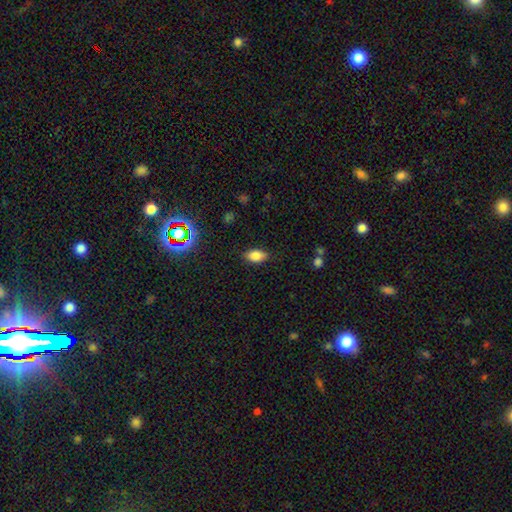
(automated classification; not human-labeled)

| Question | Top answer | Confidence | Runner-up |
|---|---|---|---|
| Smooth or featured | smooth | 81% | star or artifact (11%) |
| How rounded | in between | 89% | round (8%) |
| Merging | none | 84% | minor disturbance (12%) |